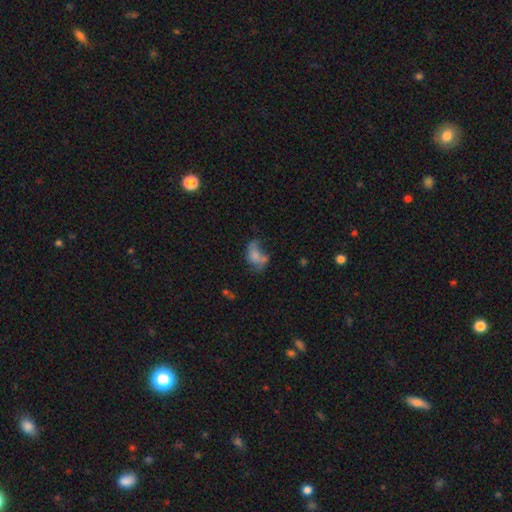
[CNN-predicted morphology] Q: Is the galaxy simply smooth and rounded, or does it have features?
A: smooth — 56%.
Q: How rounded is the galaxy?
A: in between — 83%.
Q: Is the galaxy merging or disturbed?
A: merger — 26%, tied with none.